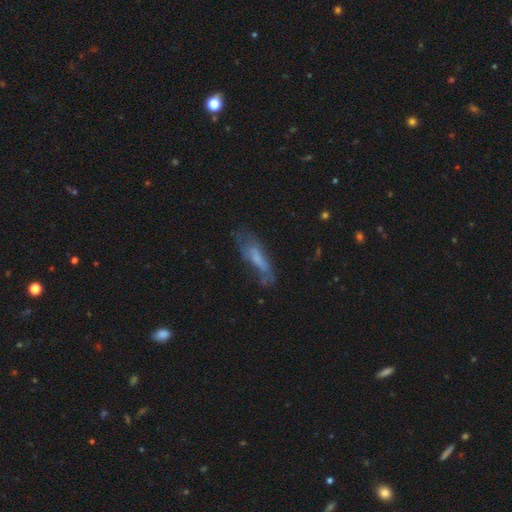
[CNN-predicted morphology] Smooth or featured? smooth (45%)
Merging? none (52%)